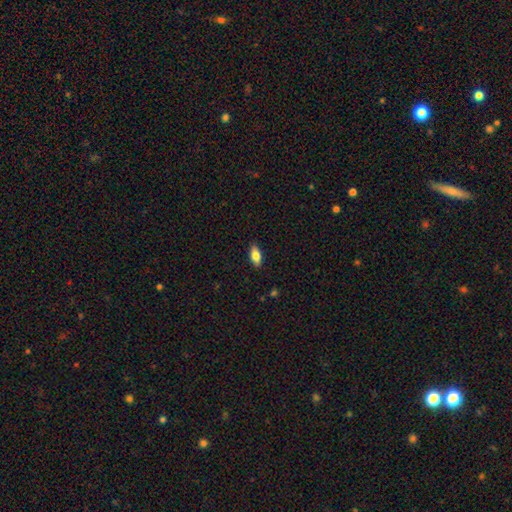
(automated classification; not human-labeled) Smooth or featured?
  - smooth: 76% *
  - featured or disk: 17%
  - star or artifact: 7%
How rounded?
  - in between: 84% *
  - cigar-shaped: 13%
  - round: 3%
Merging?
  - none: 88% *
  - minor disturbance: 10%
  - major disturbance: 2%
  - merger: 1%